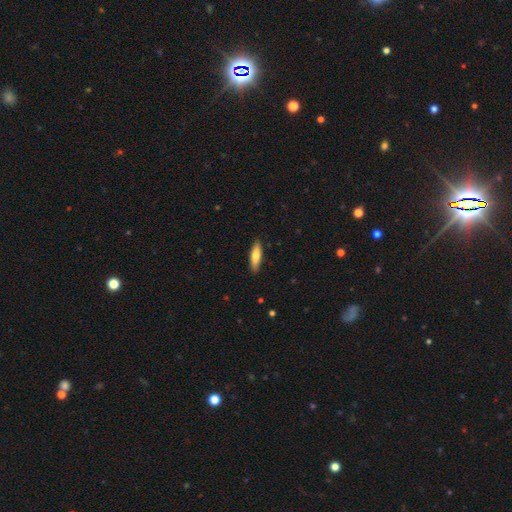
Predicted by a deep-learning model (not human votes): smooth 75%, featured or disk 19%, star or artifact 6%. Down the decision tree: how rounded — cigar-shaped (65%); merging — none (87%).